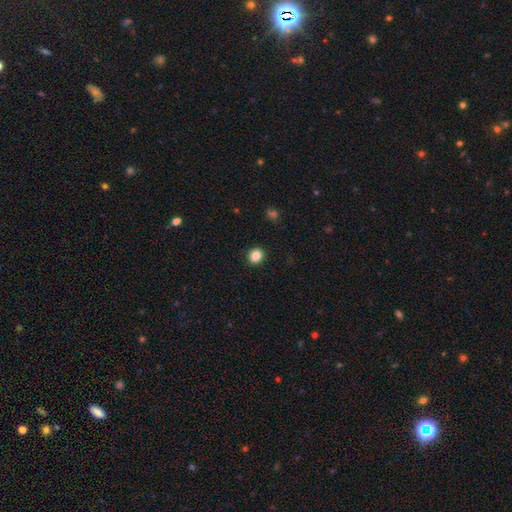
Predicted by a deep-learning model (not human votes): The model was most divided on "how rounded": round: 85%, in between: 14%, cigar-shaped: 1%. More confident: merging — none (92%); smooth or featured — smooth (85%).